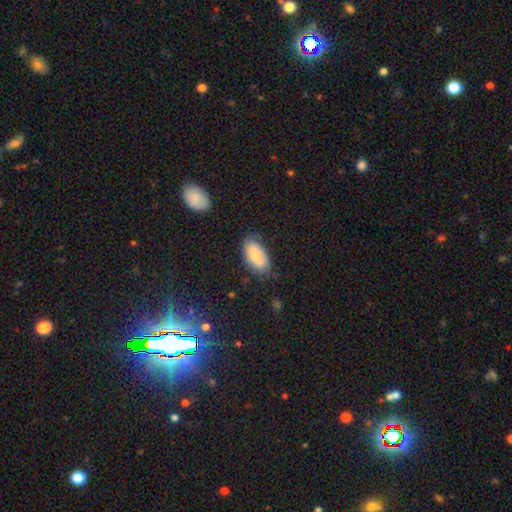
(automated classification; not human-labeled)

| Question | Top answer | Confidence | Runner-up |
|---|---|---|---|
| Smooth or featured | smooth | 73% | featured or disk (20%) |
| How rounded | in between | 91% | cigar-shaped (6%) |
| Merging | none | 71% | minor disturbance (22%) |